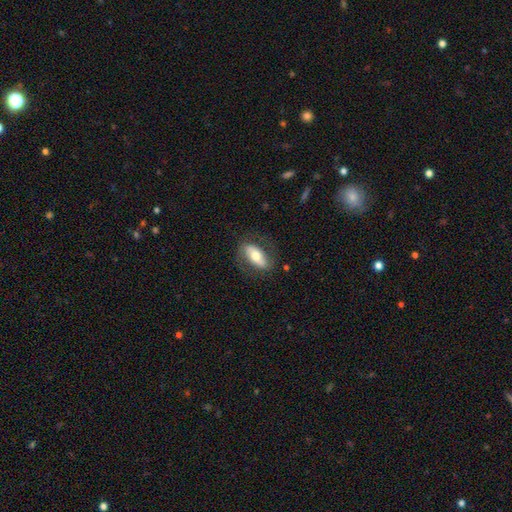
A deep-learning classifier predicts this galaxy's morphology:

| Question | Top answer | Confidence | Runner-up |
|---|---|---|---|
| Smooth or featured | featured or disk | 49% | smooth (45%) |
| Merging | none | 73% | minor disturbance (17%) |